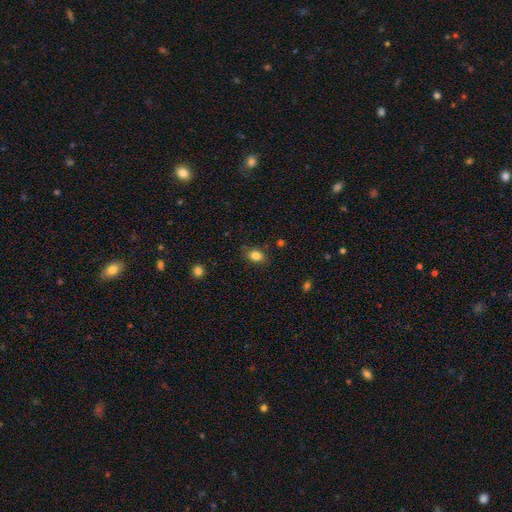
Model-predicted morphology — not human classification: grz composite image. It shows a smooth galaxy with no disk features (83%) that is in between round and cigar-shaped (74%). Merging: none (81%).